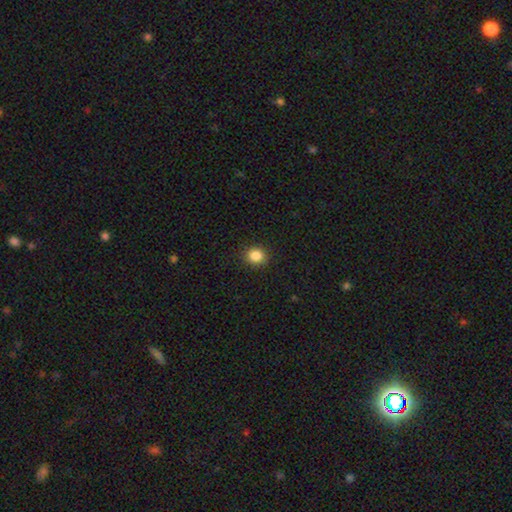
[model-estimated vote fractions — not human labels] smooth-or-featured: smooth: 86% | star or artifact: 11% | featured or disk: 3%
  how-rounded: round: 82% | in between: 17% | cigar-shaped: 1%
  merging: none: 90% | minor disturbance: 7% | major disturbance: 2% | merger: 1%